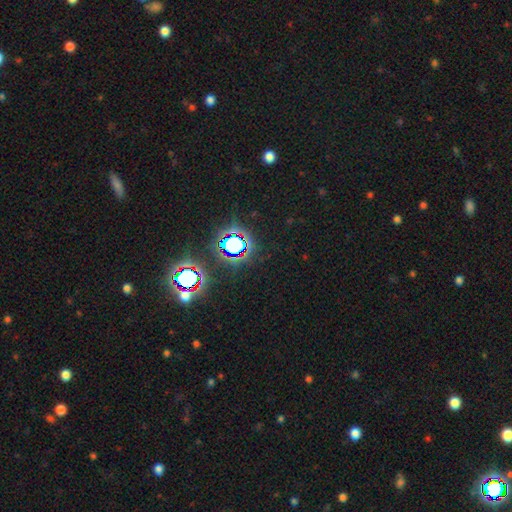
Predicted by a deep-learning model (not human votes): A star or artifact, not a galaxy (81%).